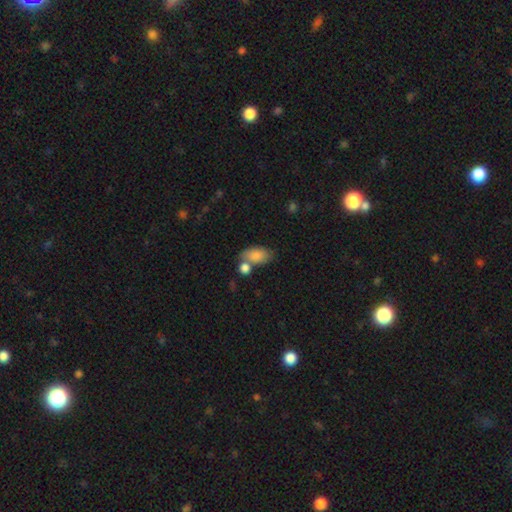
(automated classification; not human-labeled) smooth-or-featured: smooth: 84% | featured or disk: 9% | star or artifact: 7%
  how-rounded: in between: 90% | round: 7% | cigar-shaped: 3%
  merging: none: 50% | merger: 29% | minor disturbance: 16% | major disturbance: 6%